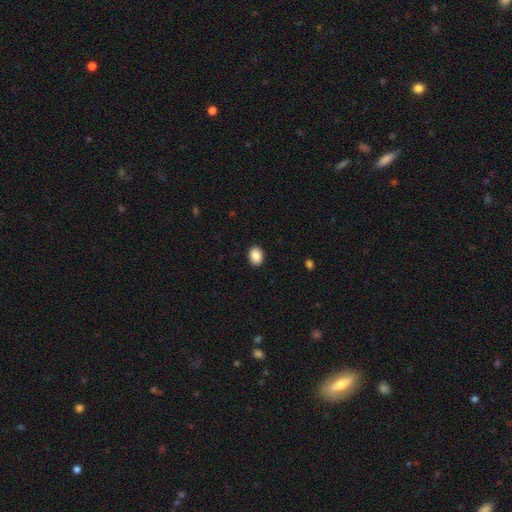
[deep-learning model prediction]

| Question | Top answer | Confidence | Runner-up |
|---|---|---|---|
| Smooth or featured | smooth | 89% | star or artifact (8%) |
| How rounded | in between | 62% | round (37%) |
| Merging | none | 91% | minor disturbance (7%) |